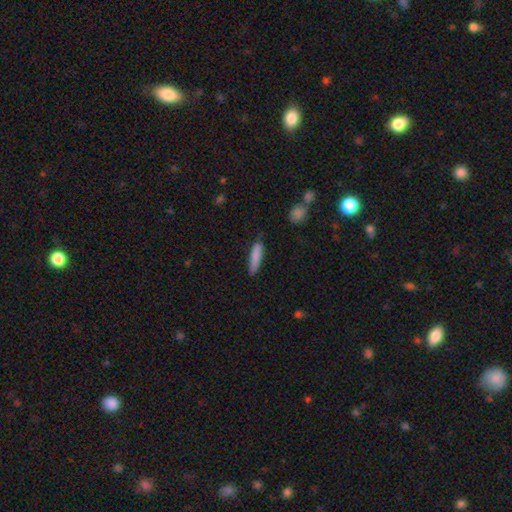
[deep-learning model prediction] Smooth or featured?
  - smooth: 83% *
  - featured or disk: 11%
  - star or artifact: 6%
How rounded?
  - cigar-shaped: 77% *
  - in between: 21%
  - round: 2%
Merging?
  - none: 75% *
  - minor disturbance: 20%
  - major disturbance: 3%
  - merger: 2%